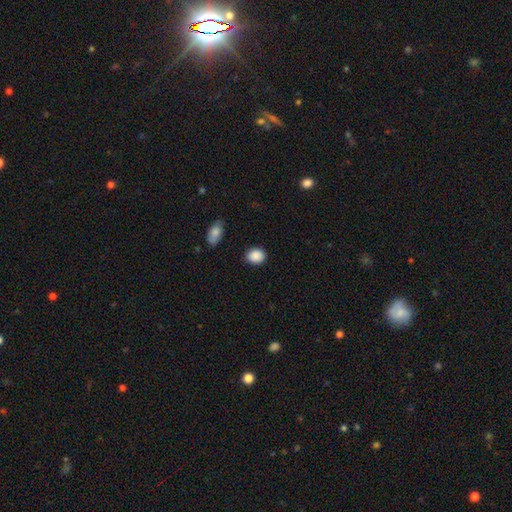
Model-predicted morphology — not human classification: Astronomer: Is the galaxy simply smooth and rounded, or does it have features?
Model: smooth — 89%.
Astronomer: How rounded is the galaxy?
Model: in between — 50% (runner-up: round, 49%).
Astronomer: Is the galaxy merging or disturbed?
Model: none — 85%.